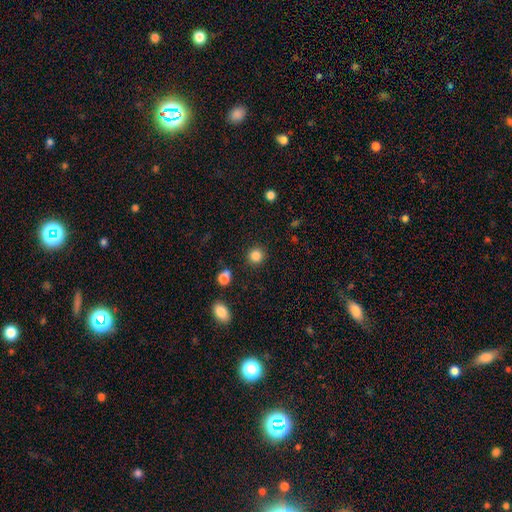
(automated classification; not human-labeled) Smooth or featured? smooth (85%)
How rounded? round (89%)
Merging? none (89%)